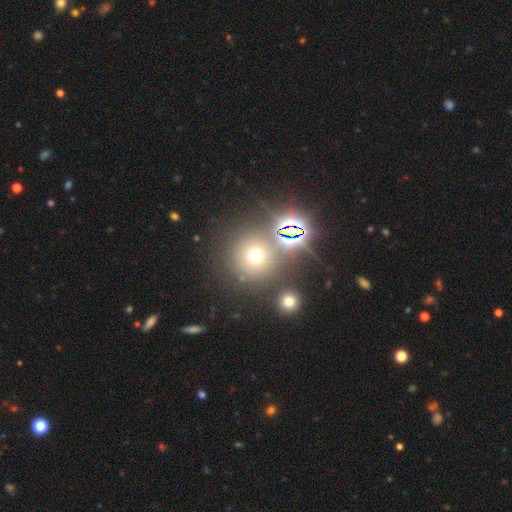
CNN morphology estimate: The model was most divided on "smooth or featured": smooth: 53%, star or artifact: 35%, featured or disk: 12%. More confident: how rounded — round (93%); merging — none (75%).